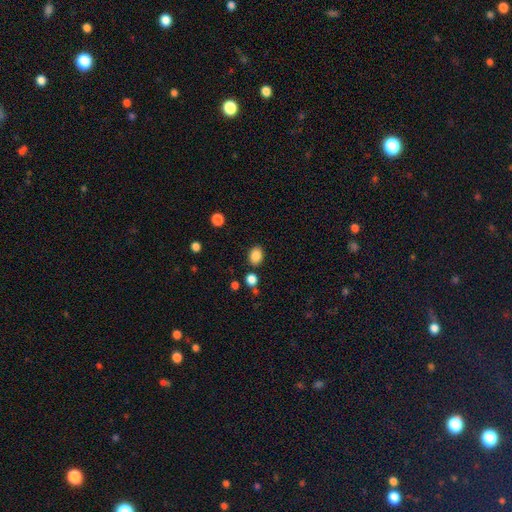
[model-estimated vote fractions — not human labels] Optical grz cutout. It shows a smooth galaxy with no disk features (87%) that is in between round and cigar-shaped (63%). Merging: none (83%).